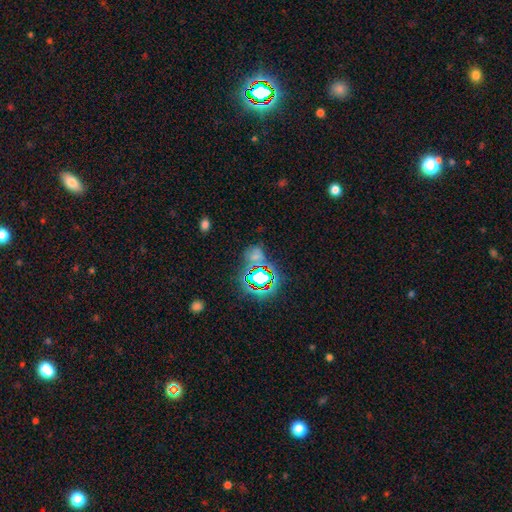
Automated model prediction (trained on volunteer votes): star or artifact 52%, smooth 36%, featured or disk 12%.